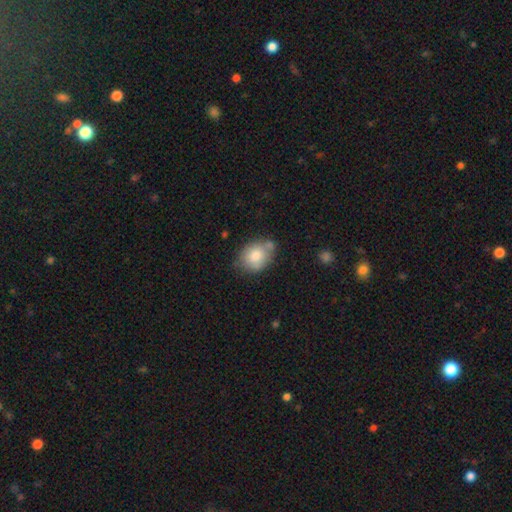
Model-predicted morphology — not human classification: This is likely a smooth galaxy (79%). How rounded: possibly in between (56%). Merging: possibly none (57%).